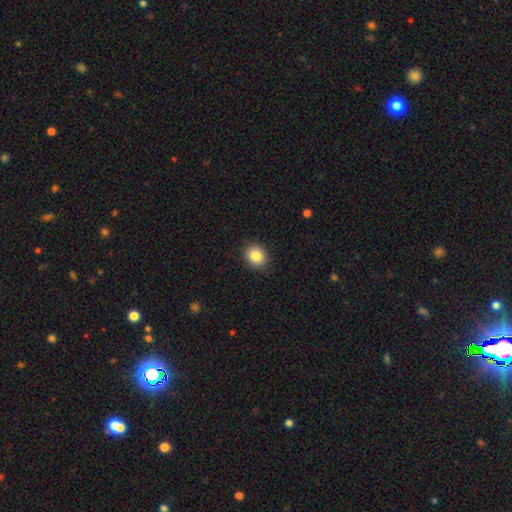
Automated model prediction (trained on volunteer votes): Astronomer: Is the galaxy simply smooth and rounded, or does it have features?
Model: smooth — 85%.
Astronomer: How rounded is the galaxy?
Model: round — 64%.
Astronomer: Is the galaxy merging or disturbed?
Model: none — 89%.